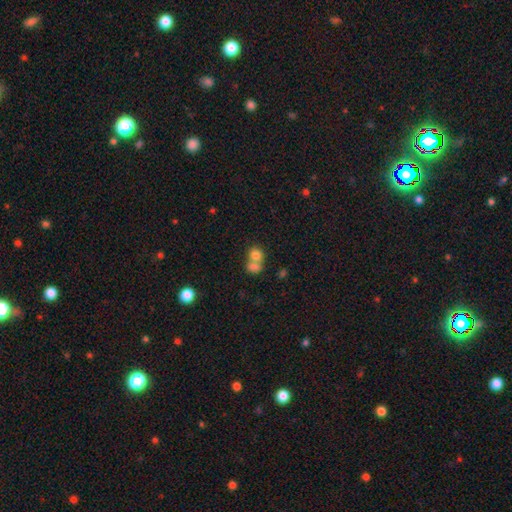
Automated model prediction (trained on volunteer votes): smooth 77%, featured or disk 12%, star or artifact 11%. Down the decision tree: how rounded — round (64%); merging — merger (61%).